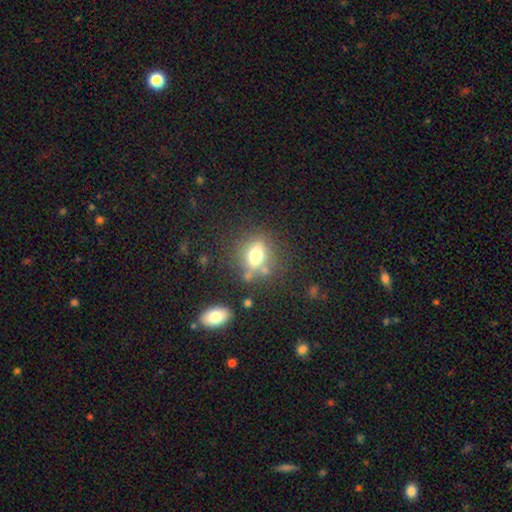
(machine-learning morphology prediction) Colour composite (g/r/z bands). It shows a smooth galaxy with no disk features (67%) that is in between round and cigar-shaped (53%). Merging: none (68%).